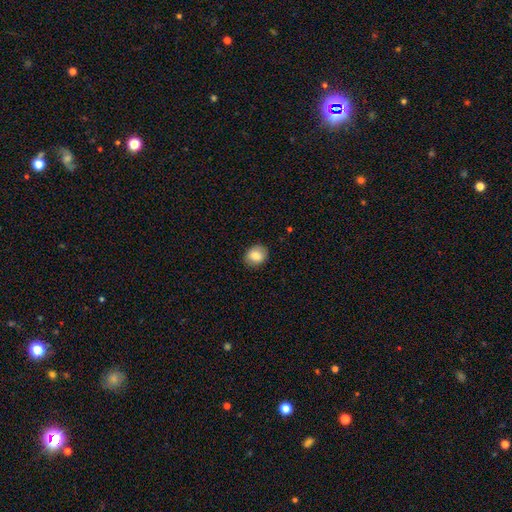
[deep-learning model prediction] smooth 80%, featured or disk 11%, star or artifact 8%. Down the decision tree: how rounded — round (64%); merging — none (84%).